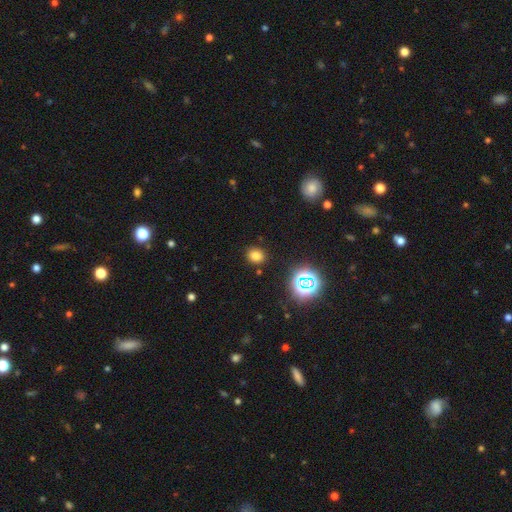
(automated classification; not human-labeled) This appears to be a smooth galaxy with no disk features (74%) that is round (61%). Merging: none (87%).